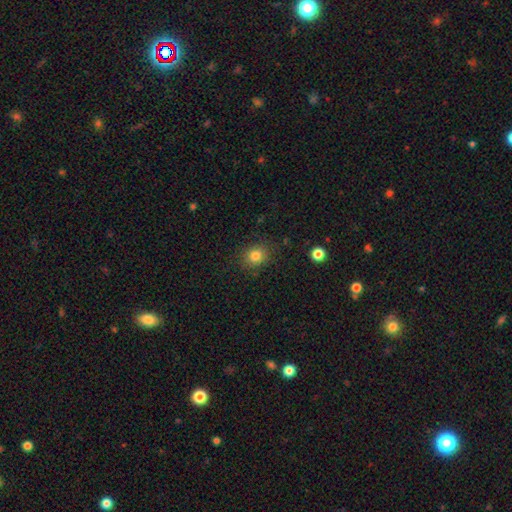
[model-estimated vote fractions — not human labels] A smooth galaxy with no disk features (82%) that is round (72%).

Vote fractions:
- Smooth or featured? smooth: 82% / star or artifact: 12% / featured or disk: 6%
- How rounded? round: 72% / in between: 27% / cigar-shaped: 1%
- Merging? none: 84% / minor disturbance: 11% / major disturbance: 3% / merger: 1%